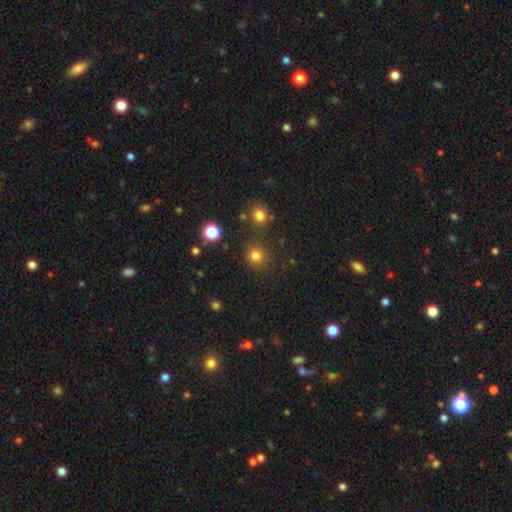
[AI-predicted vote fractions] This is likely a smooth galaxy (78%). How rounded: clearly round (92%). Merging: clearly none (81%).